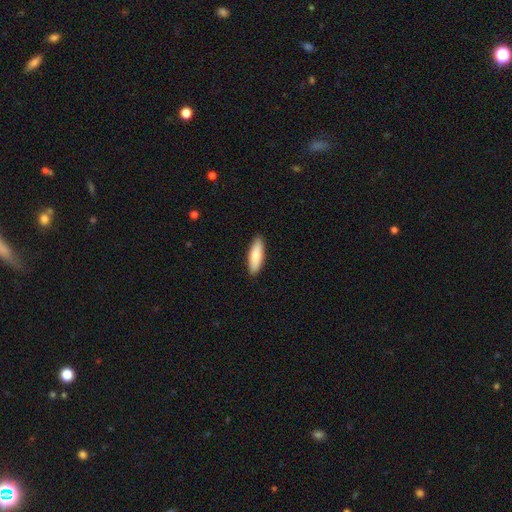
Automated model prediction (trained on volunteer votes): Smooth or featured? smooth (79%)
How rounded? in between (52%)
Merging? none (90%)